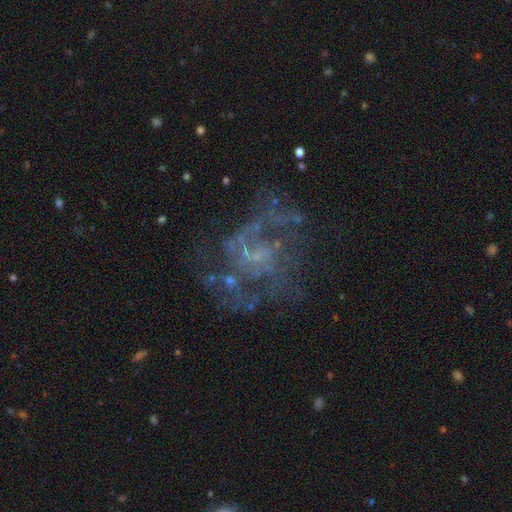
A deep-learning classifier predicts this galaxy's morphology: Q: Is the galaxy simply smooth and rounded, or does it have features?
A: featured or disk — 73%.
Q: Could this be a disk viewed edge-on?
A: no — 98%.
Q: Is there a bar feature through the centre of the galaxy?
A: no — 66%.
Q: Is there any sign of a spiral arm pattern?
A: yes — 68%.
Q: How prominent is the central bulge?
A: none — 53%.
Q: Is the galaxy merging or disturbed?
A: none — 54%.